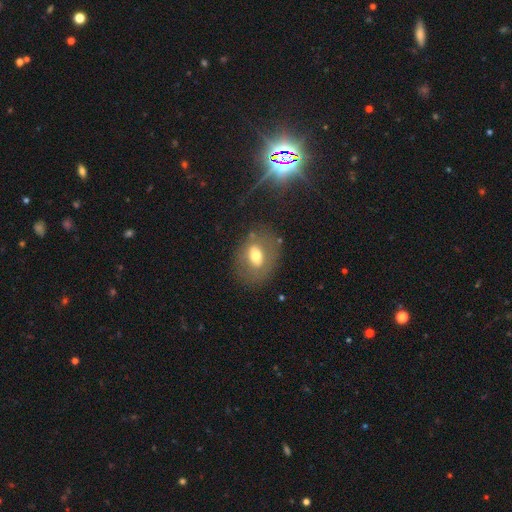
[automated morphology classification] type=smooth (57%); roundness=in between (68%); merging=none (71%).